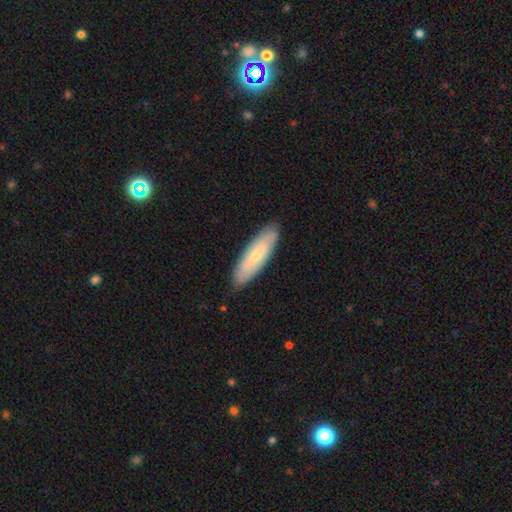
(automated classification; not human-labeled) Overall: smooth (63%; featured or disk 32%). How rounded: cigar-shaped (57%; in between 41%). Merging: none (87%).